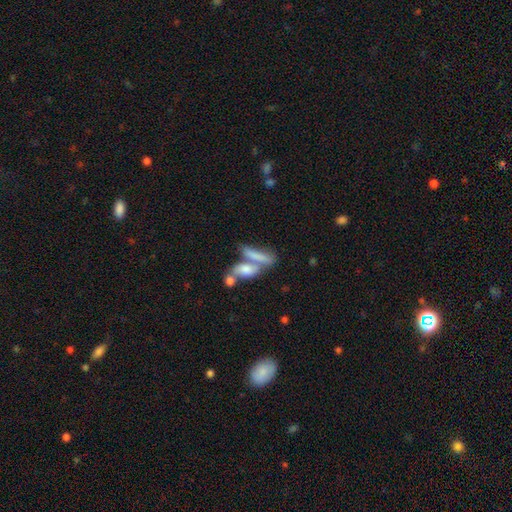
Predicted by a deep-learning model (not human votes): Overall: smooth (70%). How rounded: cigar-shaped (54%; in between 41%). Merging: merger (53%; none 31%).